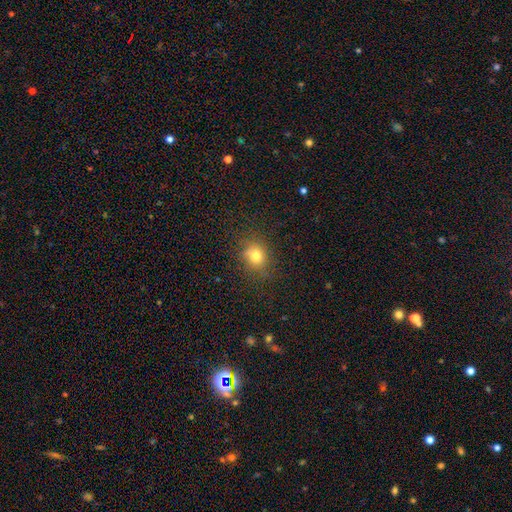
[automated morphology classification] A smooth galaxy with no disk features (77%) that is round (69%). Merging: none (80%).